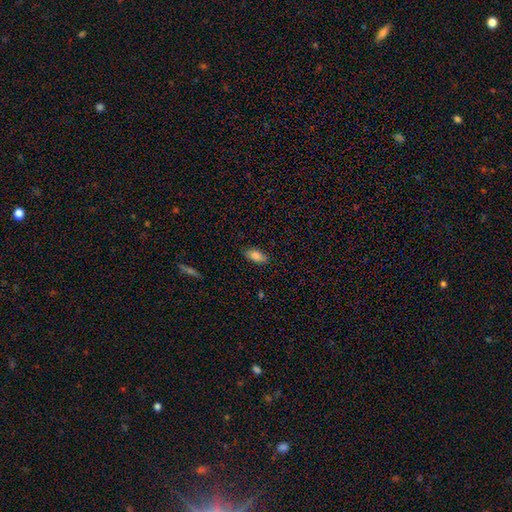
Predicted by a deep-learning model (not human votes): Smooth or featured? smooth (84%)
How rounded? in between (89%)
Merging? none (86%)